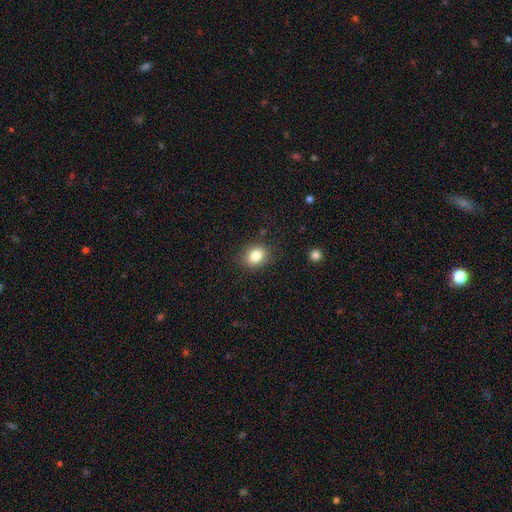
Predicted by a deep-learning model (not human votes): This appears to be a smooth galaxy with no disk features (83%) that is in between round and cigar-shaped (53%). Merging: none (85%).